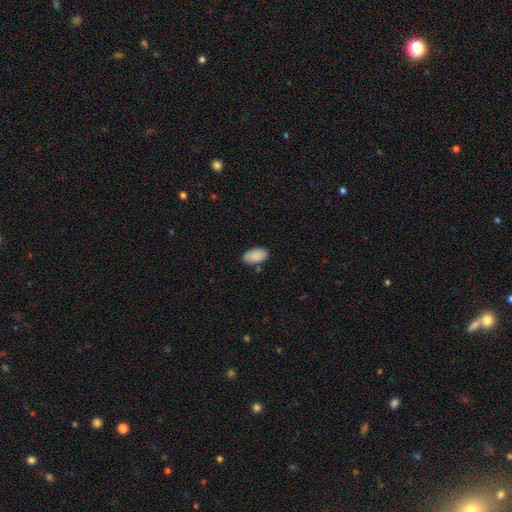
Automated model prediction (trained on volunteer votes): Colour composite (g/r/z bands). It shows a smooth galaxy with no disk features (88%) that is in between round and cigar-shaped (94%). Merging: none (79%).